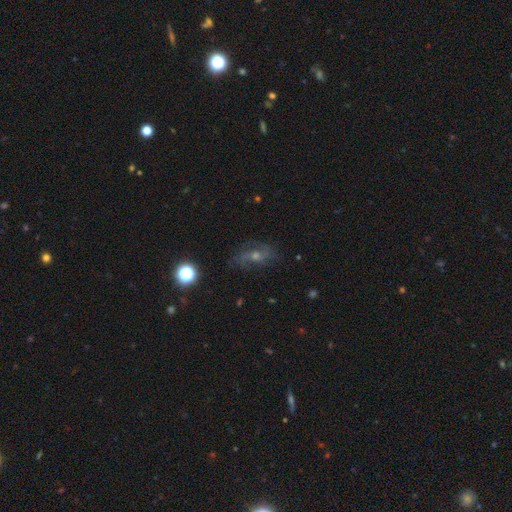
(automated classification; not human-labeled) A featured or disk galaxy (58%) with no bar (57%), spiral arms (82%) and a moderate central bulge (51%).

Vote fractions:
- Smooth or featured? featured or disk: 58% / star or artifact: 22% / smooth: 20%
- Edge-on disk? no: 90% / yes: 10%
- Bar? no: 57% / weak: 33% / strong: 9%
- Spiral arms? yes: 82% / no: 18%
- Bulge size? moderate: 51% / small: 42% / large: 4% / none: 3% / dominant: 1%
- Merging? none: 73% / minor disturbance: 17% / major disturbance: 9% / merger: 2%